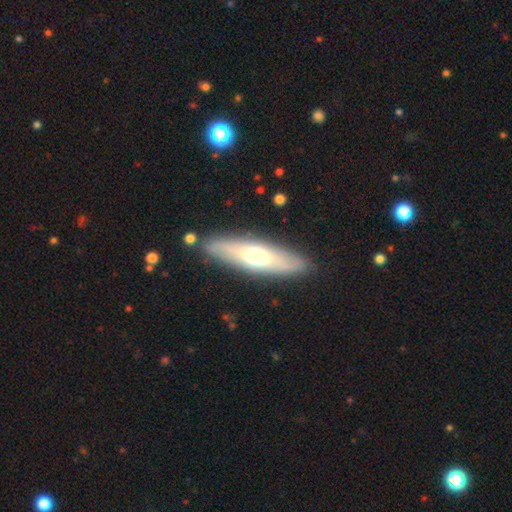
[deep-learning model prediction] Smooth or featured: smooth — 51% (featured or disk — 43%)
How rounded: cigar-shaped — 63% (in between — 35%)
Merging: none — 87% (minor disturbance — 9%)